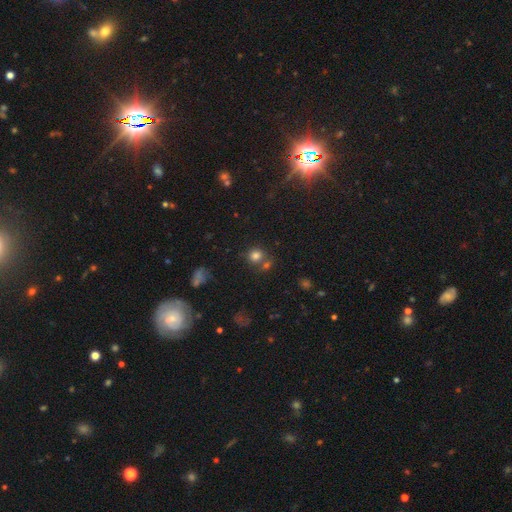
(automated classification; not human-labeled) Q: Smooth or featured?
A: smooth (79%); runner-up: star or artifact (14%)
Q: How rounded?
A: round (82%); runner-up: in between (17%)
Q: Merging?
A: none (60%); runner-up: merger (25%)